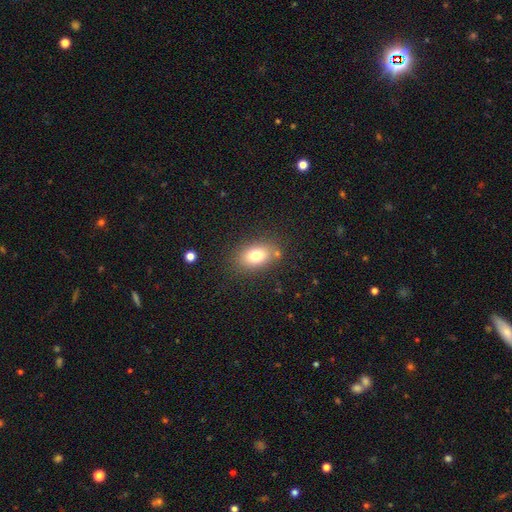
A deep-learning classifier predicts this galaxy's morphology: This appears to be a smooth galaxy with no disk features (77%) that is in between round and cigar-shaped (80%). Merging: none (79%).